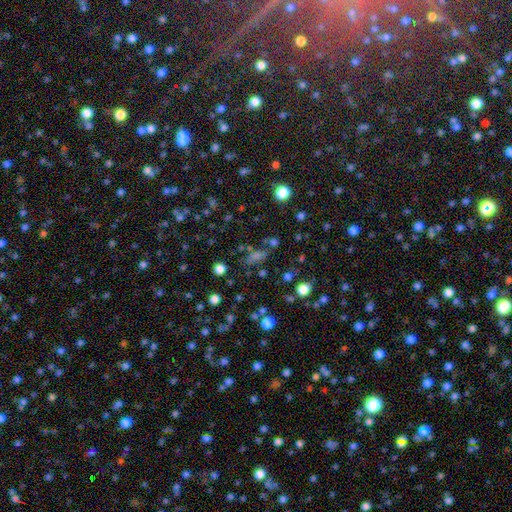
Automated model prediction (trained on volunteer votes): A smooth galaxy with no disk features (51%) that is in between round and cigar-shaped (62%). Merging: none (66%).